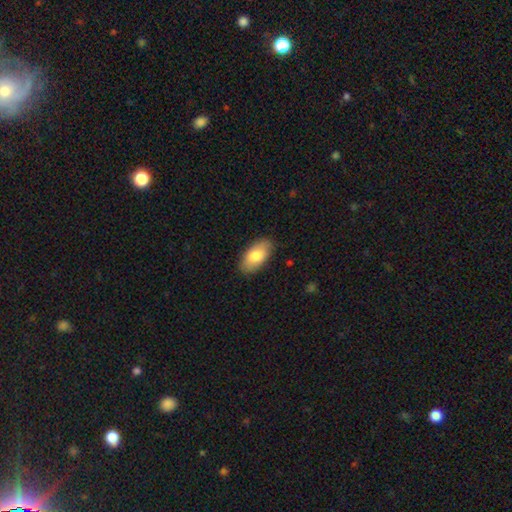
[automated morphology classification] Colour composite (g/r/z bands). It shows a smooth galaxy with no disk features (80%) that is in between round and cigar-shaped (93%). Merging: none (87%).